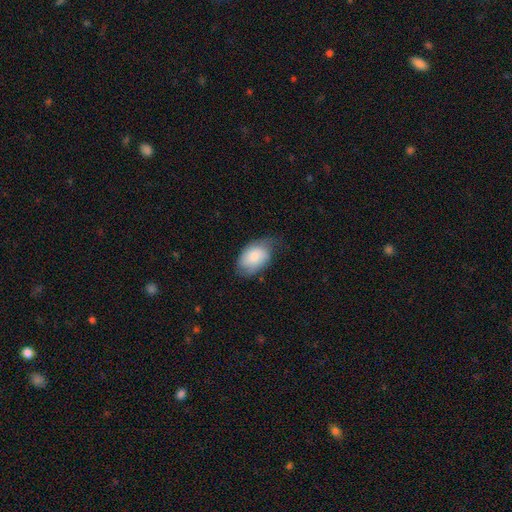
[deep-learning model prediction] This appears to be a smooth galaxy with no disk features (75%) that is in between round and cigar-shaped (90%). Merging: none (51%).